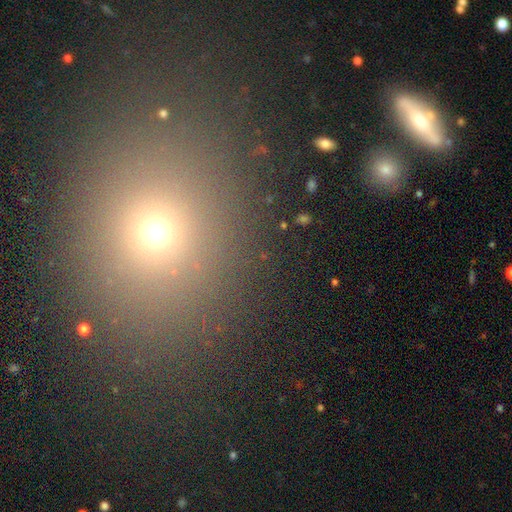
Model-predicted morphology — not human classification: Q: Smooth or featured?
A: smooth (55%); runner-up: star or artifact (34%)
Q: How rounded?
A: round (67%); runner-up: in between (31%)
Q: Merging?
A: none (82%); runner-up: minor disturbance (8%)